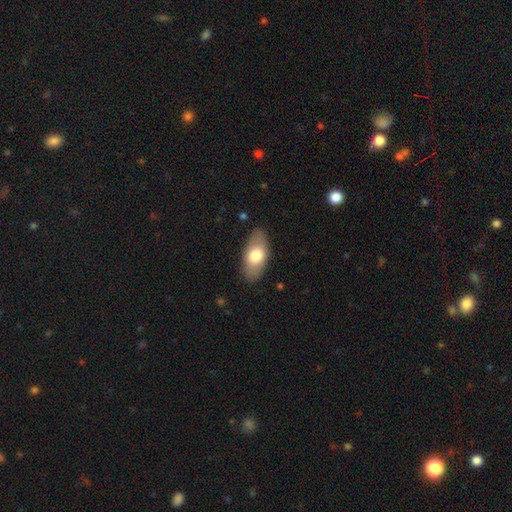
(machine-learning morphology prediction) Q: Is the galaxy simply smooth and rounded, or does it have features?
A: smooth — 70%.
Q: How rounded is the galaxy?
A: in between — 92%.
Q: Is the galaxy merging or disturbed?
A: none — 84%.